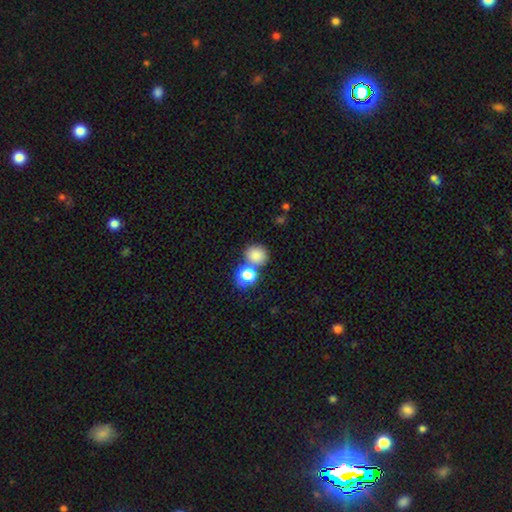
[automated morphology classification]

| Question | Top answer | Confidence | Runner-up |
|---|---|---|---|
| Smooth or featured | smooth | 79% | star or artifact (14%) |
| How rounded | round | 80% | in between (19%) |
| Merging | none | 61% | merger (26%) |